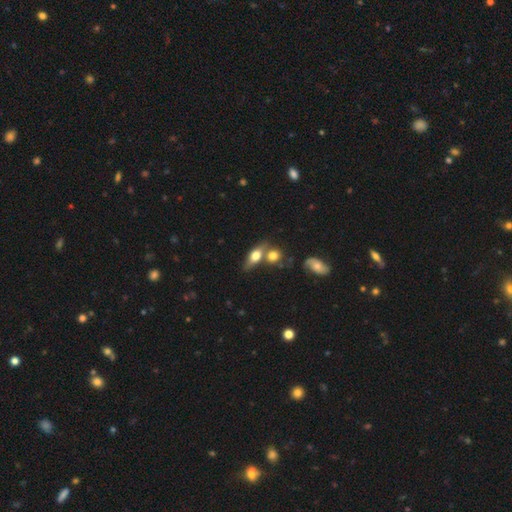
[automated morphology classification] Smooth or featured? Predicted: smooth (p=0.62). How rounded? Predicted: in between (p=0.66). Merging? Predicted: none (p=0.45).